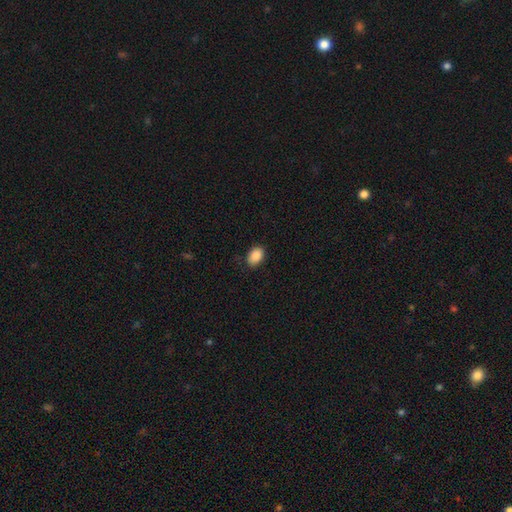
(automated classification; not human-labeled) This appears to be a smooth galaxy with no disk features (89%) that is in between round and cigar-shaped (85%). Merging: none (84%).